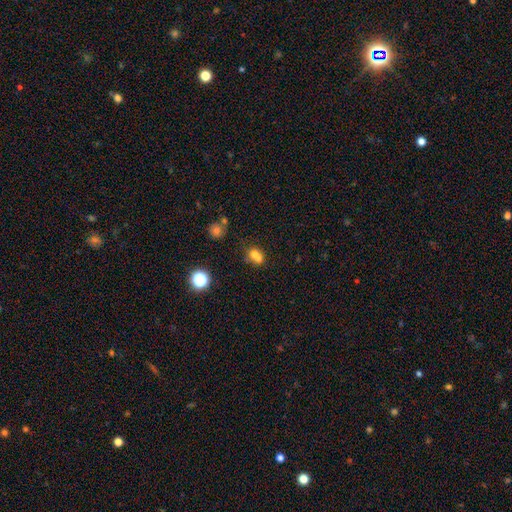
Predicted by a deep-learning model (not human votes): The model was most divided on "how rounded": round: 60%, in between: 39%, cigar-shaped: 1%. More confident: smooth or featured — smooth (69%); merging — merger (57%).